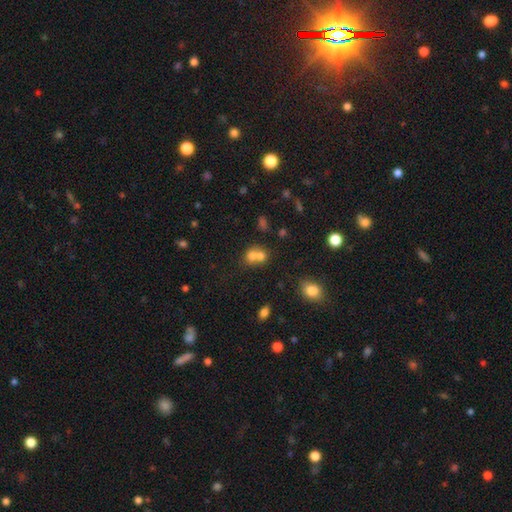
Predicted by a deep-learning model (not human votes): The model was most divided on "how rounded": round: 67%, in between: 32%, cigar-shaped: 1%. More confident: smooth or featured — smooth (70%); merging — merger (64%).